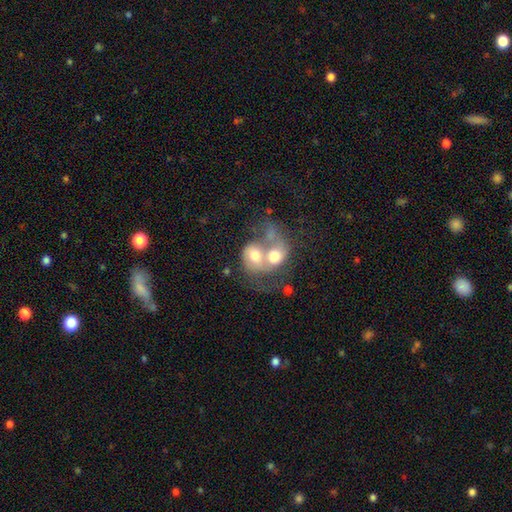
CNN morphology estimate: This appears to be a featured or disk galaxy (49%). Merging: merger (80%).